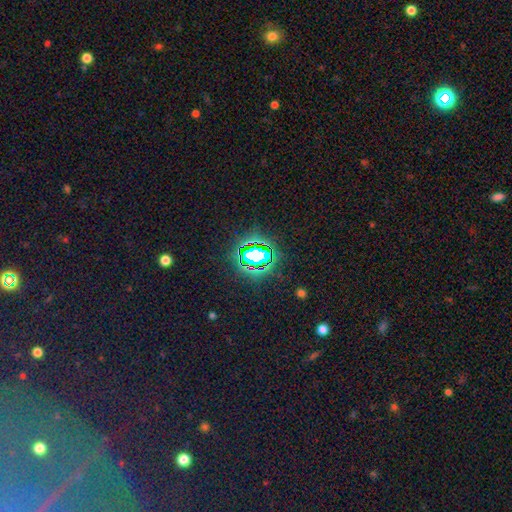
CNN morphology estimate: Smooth or featured? star or artifact (74%)